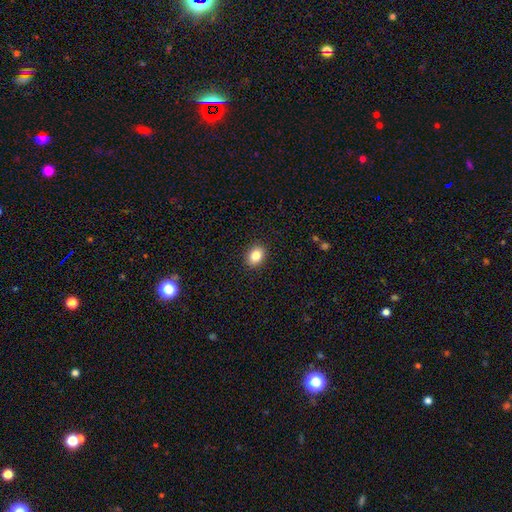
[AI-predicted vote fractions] Overall: smooth (85%). How rounded: in between (63%; round 36%). Merging: none (90%).